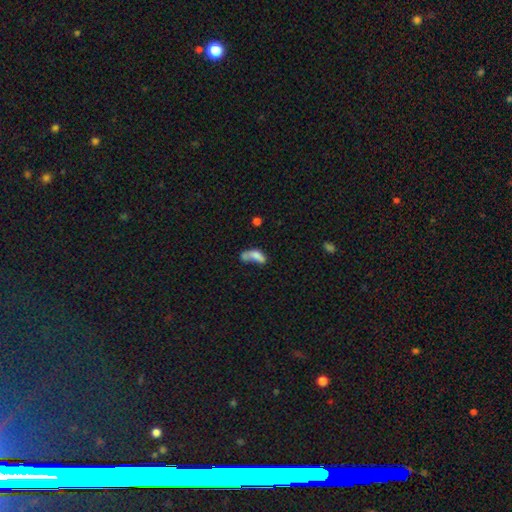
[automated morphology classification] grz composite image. It shows a smooth galaxy with no disk features (65%) that is in between round and cigar-shaped (78%). Merging: merger (40%).